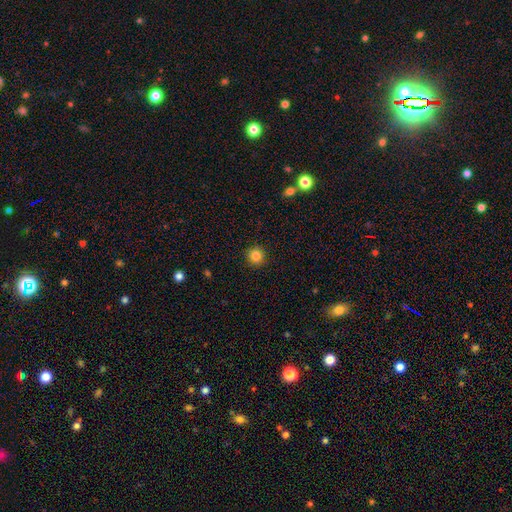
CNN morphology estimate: type=smooth (84%); roundness=round (94%); merging=none (92%).